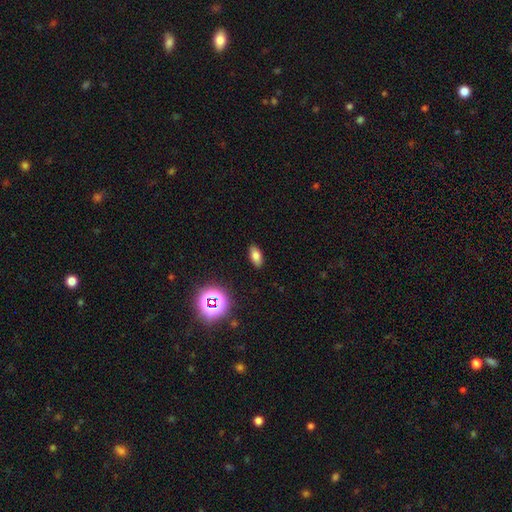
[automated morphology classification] This is likely a smooth galaxy (75%). How rounded: clearly in between (88%). Merging: clearly none (88%).